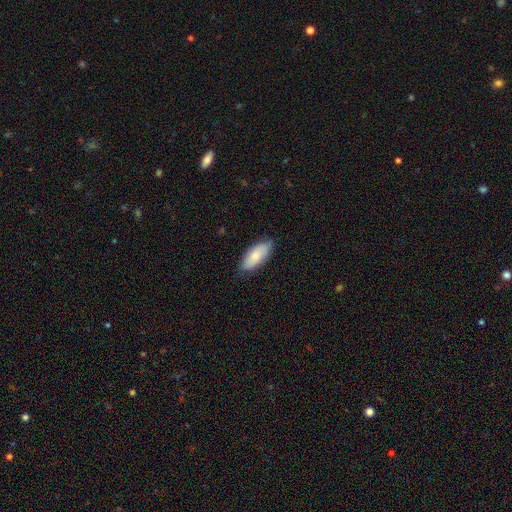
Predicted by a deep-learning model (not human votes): smooth_or_featured: smooth (p=0.80) [alt: featured or disk p=0.14]
how_rounded: in between (p=0.83) [alt: cigar-shaped p=0.15]
merging: none (p=0.81) [alt: minor disturbance p=0.15]